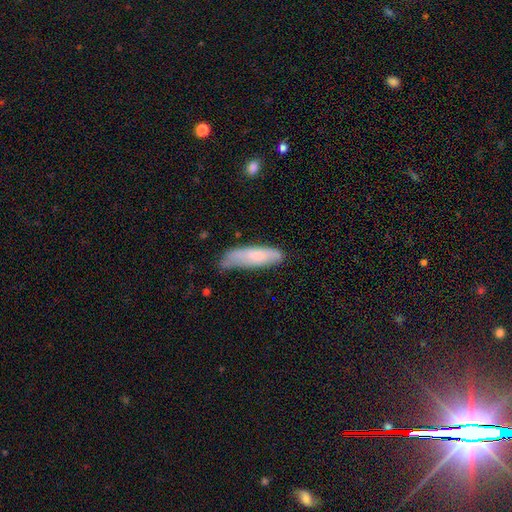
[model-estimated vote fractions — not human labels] Smooth or featured?
  - smooth: 72% *
  - featured or disk: 22%
  - star or artifact: 6%
How rounded?
  - cigar-shaped: 59% *
  - in between: 40%
  - round: 2%
Merging?
  - none: 47% *
  - minor disturbance: 37%
  - major disturbance: 12%
  - merger: 4%